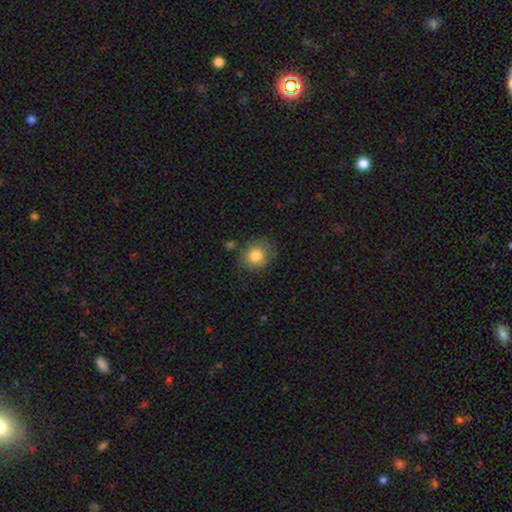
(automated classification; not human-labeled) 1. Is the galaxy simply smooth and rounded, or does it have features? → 83% smooth, 9% star or artifact, 8% featured or disk.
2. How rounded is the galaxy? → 79% round, 20% in between, 1% cigar-shaped.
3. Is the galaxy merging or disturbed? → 82% none, 12% minor disturbance, 3% major disturbance, 3% merger.